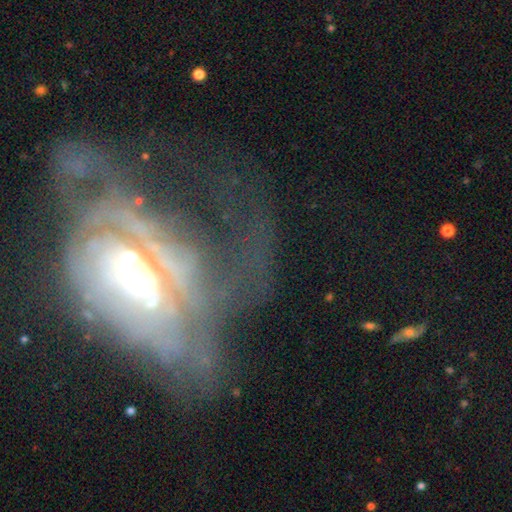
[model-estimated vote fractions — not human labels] This is likely a featured or disk galaxy (72%). It is clearly not viewed edge-on (88%). Bar: likely no (69%). Spiral arm pattern: possibly yes (56%). Central bulge: possibly moderate (52%). Merging: marginally major disturbance (41%).